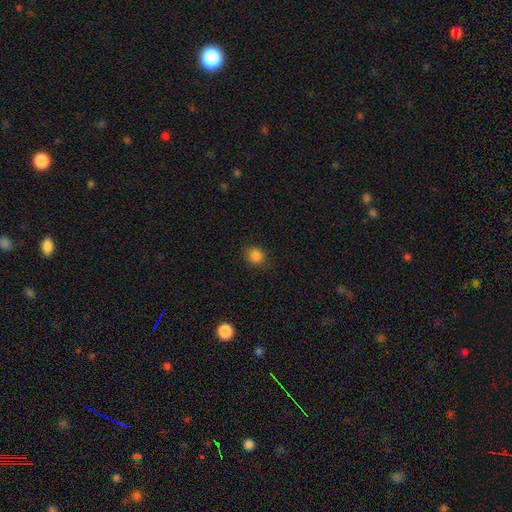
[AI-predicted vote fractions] The model was most divided on "how rounded": round: 78%, in between: 21%, cigar-shaped: 1%. More confident: merging — none (85%); smooth or featured — smooth (84%).